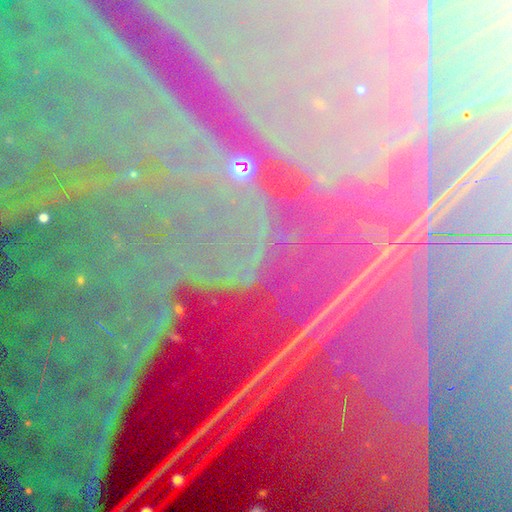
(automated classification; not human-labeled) star or artifact 88%, featured or disk 6%, smooth 5%.